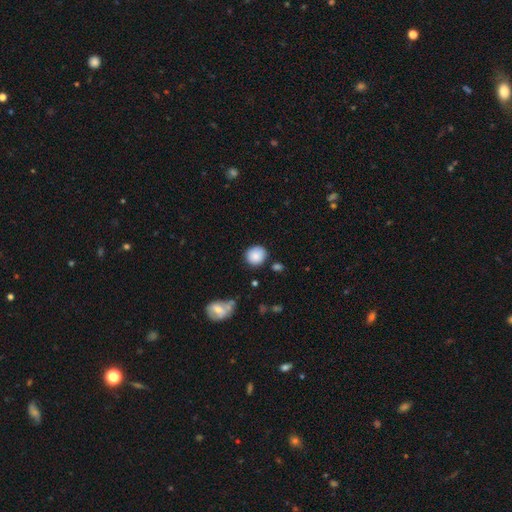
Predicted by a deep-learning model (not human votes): smooth-or-featured: smooth: 85% | star or artifact: 8% | featured or disk: 7%
  how-rounded: round: 87% | in between: 12% | cigar-shaped: 1%
  merging: none: 77% | minor disturbance: 15% | merger: 4% | major disturbance: 4%